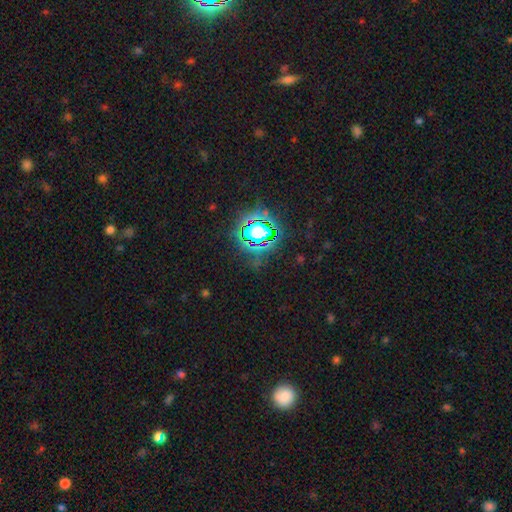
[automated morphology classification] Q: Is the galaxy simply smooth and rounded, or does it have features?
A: star or artifact — 81%.